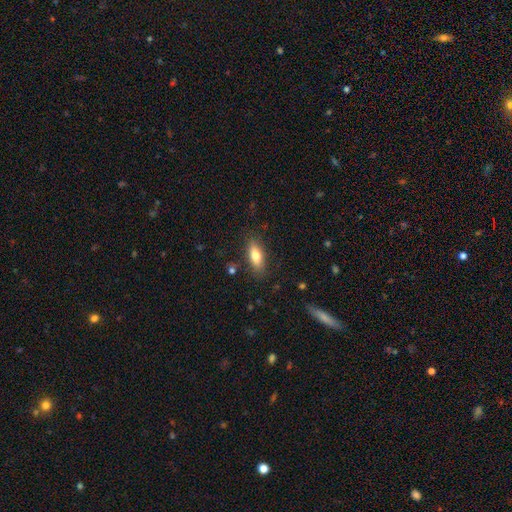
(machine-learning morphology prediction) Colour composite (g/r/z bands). It shows a smooth galaxy with no disk features (75%) that is in between round and cigar-shaped (71%). Merging: none (84%).